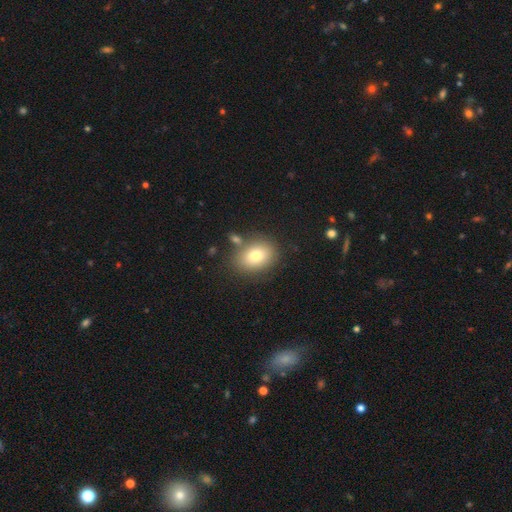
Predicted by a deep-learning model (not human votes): Smooth or featured? Predicted: smooth (p=0.79). How rounded? Predicted: in between (p=0.74). Merging? Predicted: none (p=0.78).